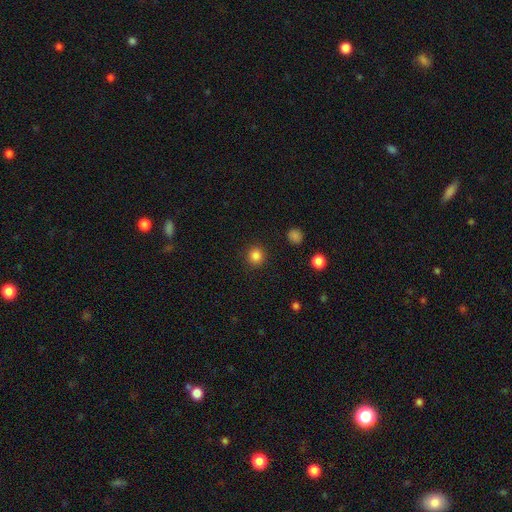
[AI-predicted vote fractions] Smooth or featured?
  - smooth: 85% *
  - star or artifact: 12%
  - featured or disk: 3%
How rounded?
  - round: 92% *
  - in between: 7%
  - cigar-shaped: 1%
Merging?
  - none: 91% *
  - minor disturbance: 5%
  - major disturbance: 2%
  - merger: 1%